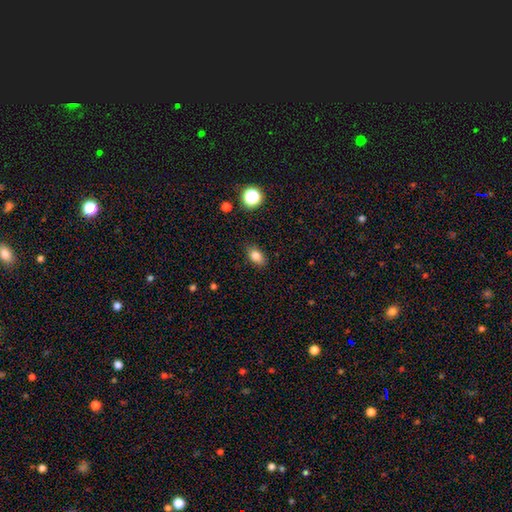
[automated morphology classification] Overall: smooth (83%). How rounded: in between (84%). Merging: none (86%).